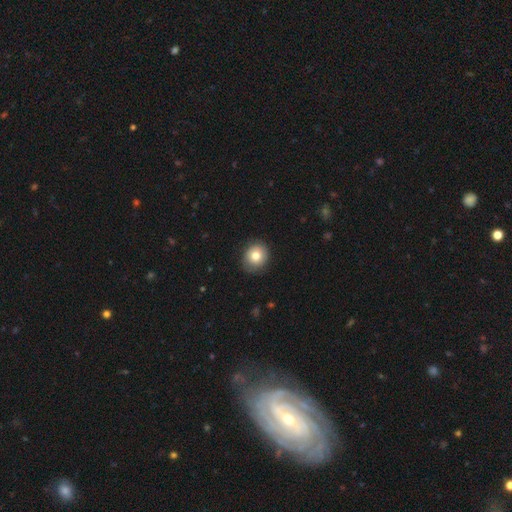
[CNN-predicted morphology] smooth-or-featured: smooth: 77% | featured or disk: 14% | star or artifact: 9%
  how-rounded: round: 77% | in between: 22% | cigar-shaped: 1%
  merging: none: 83% | minor disturbance: 13% | major disturbance: 3% | merger: 1%